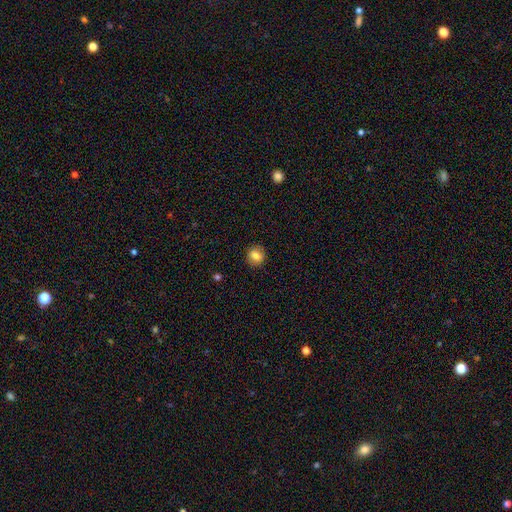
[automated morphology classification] A smooth galaxy with no disk features (80%) that is round (82%). Merging: none (90%).